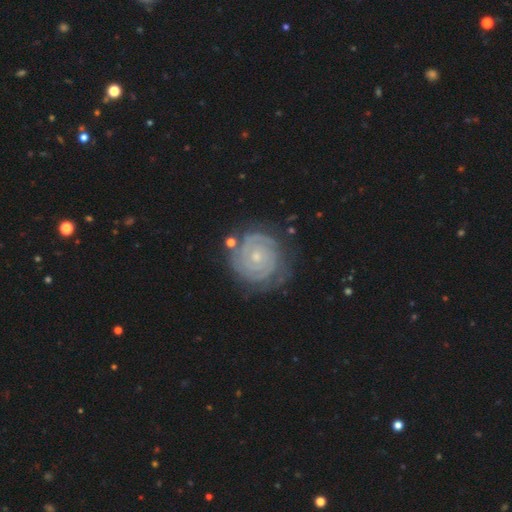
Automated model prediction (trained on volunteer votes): Smooth or featured?
  - featured or disk: 88% *
  - smooth: 7%
  - star or artifact: 6%
Edge-on disk?
  - no: 98% *
  - yes: 2%
Bar?
  - no: 79% *
  - weak: 16%
  - strong: 5%
Spiral arms?
  - yes: 98% *
  - no: 2%
Spiral winding?
  - tight: 87% *
  - medium: 11%
  - loose: 2%
Spiral arm count?
  - 2: 54% *
  - can't tell: 16%
  - 3: 14%
  - 4: 6%
  - more than 4: 5%
  - 1: 5%
Bulge size?
  - small: 74% *
  - moderate: 22%
  - none: 2%
  - large: 1%
  - dominant: 1%
Merging?
  - none: 79% *
  - minor disturbance: 14%
  - major disturbance: 4%
  - merger: 3%